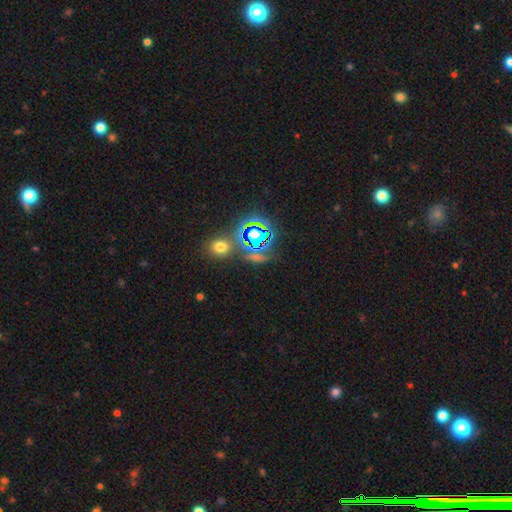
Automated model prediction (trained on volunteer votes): A star or artifact, not a galaxy (66%).

Vote fractions:
- Smooth or featured? star or artifact: 66% / smooth: 23% / featured or disk: 11%